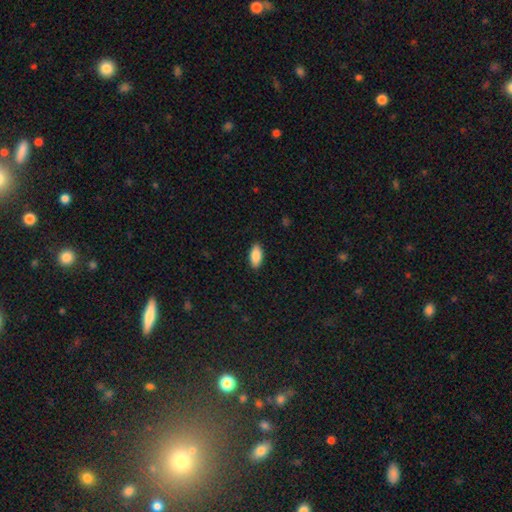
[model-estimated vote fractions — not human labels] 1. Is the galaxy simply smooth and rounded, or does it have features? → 88% smooth, 6% star or artifact, 6% featured or disk.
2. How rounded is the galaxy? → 89% in between, 9% cigar-shaped, 2% round.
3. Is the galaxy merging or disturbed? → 89% none, 8% minor disturbance, 2% major disturbance, 1% merger.